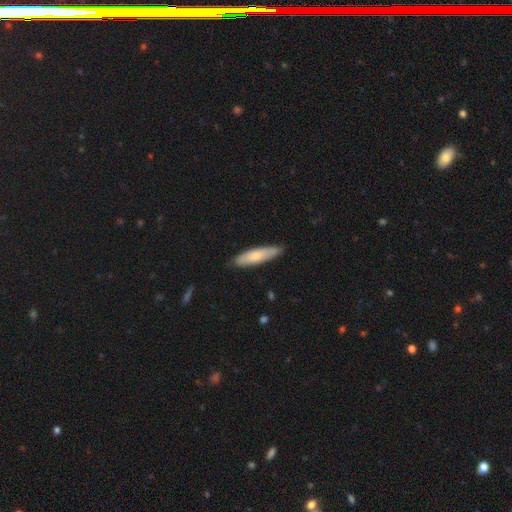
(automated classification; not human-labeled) smooth 71%, featured or disk 24%, star or artifact 5%. Down the decision tree: how rounded — cigar-shaped (68%); merging — none (84%).